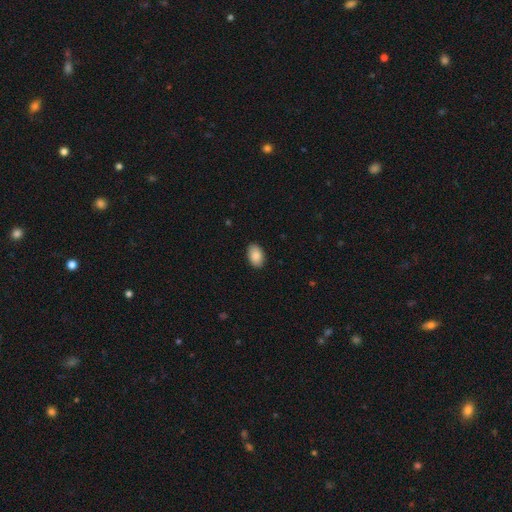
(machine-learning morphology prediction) Overall: smooth (89%). How rounded: in between (91%). Merging: none (89%).